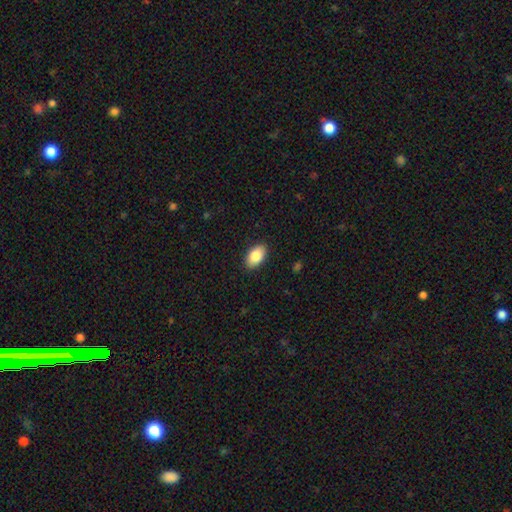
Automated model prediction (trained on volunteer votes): A smooth galaxy with no disk features (86%) that is in between round and cigar-shaped (93%). Merging: none (89%).